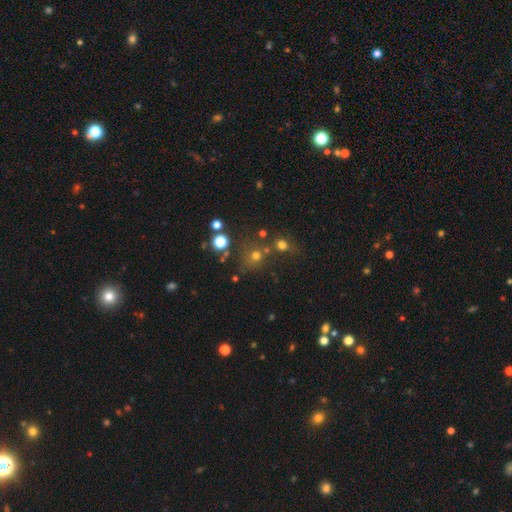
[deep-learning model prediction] Morphology: type=smooth (66%); roundness=round (86%); merging=none (64%).